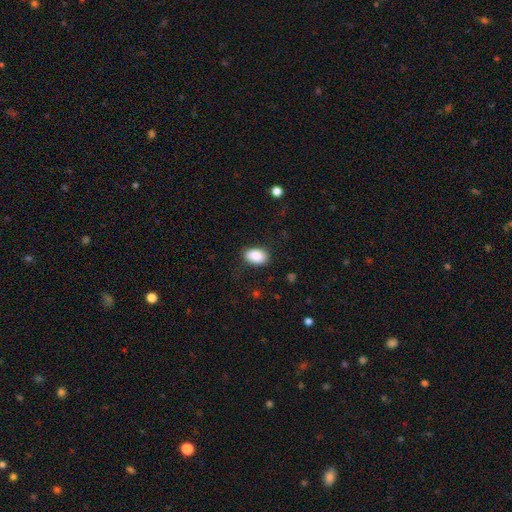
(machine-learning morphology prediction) Smooth or featured?
  - smooth: 89% *
  - star or artifact: 7%
  - featured or disk: 4%
How rounded?
  - in between: 90% *
  - round: 9%
  - cigar-shaped: 1%
Merging?
  - none: 83% *
  - minor disturbance: 12%
  - major disturbance: 4%
  - merger: 1%